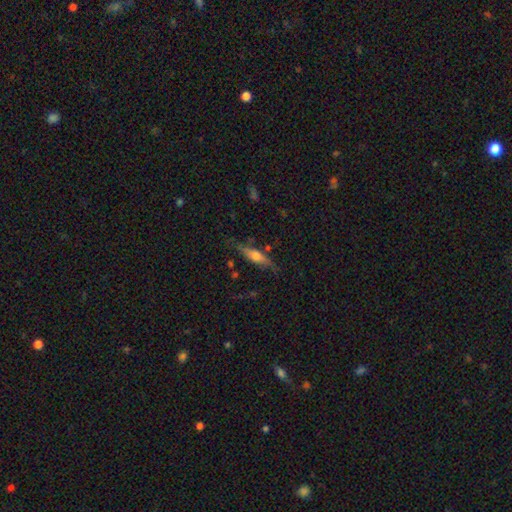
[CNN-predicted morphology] featured or disk 47%, smooth 46%, star or artifact 7%. Down the decision tree: merging — none (68%).